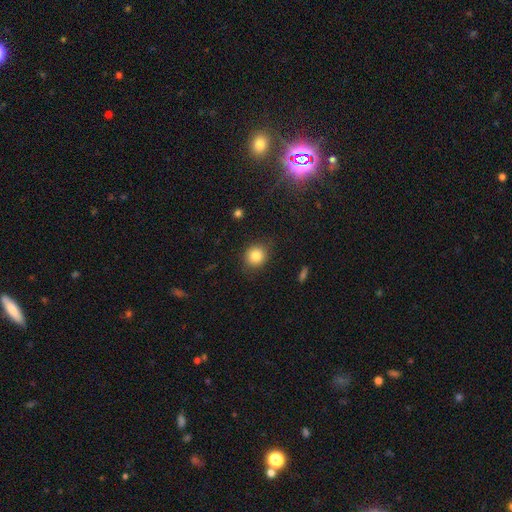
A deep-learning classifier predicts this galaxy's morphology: smooth_or_featured: smooth (p=0.84) [alt: star or artifact p=0.10]
how_rounded: round (p=0.79) [alt: in between p=0.20]
merging: none (p=0.82) [alt: minor disturbance p=0.13]